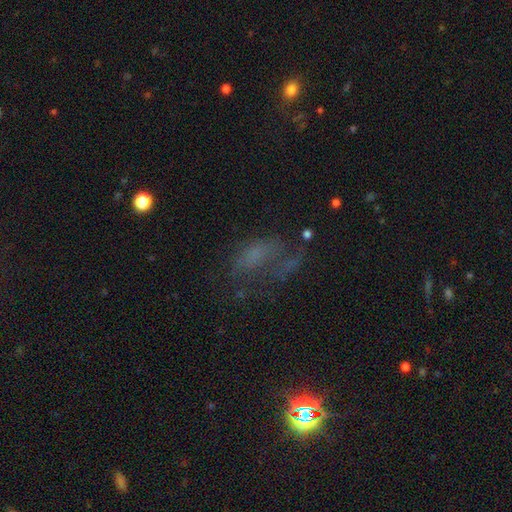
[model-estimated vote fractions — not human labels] Smooth or featured: smooth — 37% (featured or disk — 36%)
Merging: major disturbance — 39% (none — 36%)